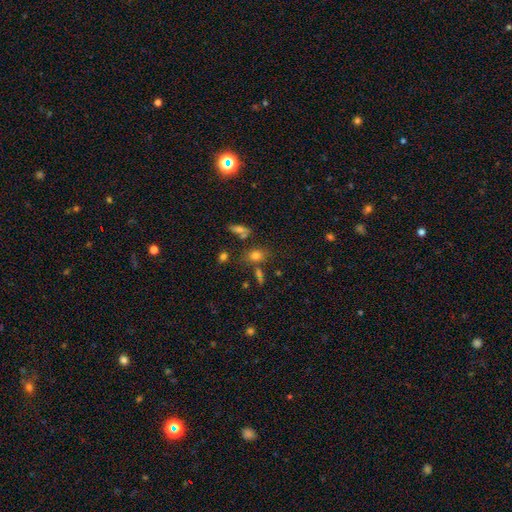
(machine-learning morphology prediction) A smooth galaxy with no disk features (73%) that is in between round and cigar-shaped (62%). Merging: none (66%).